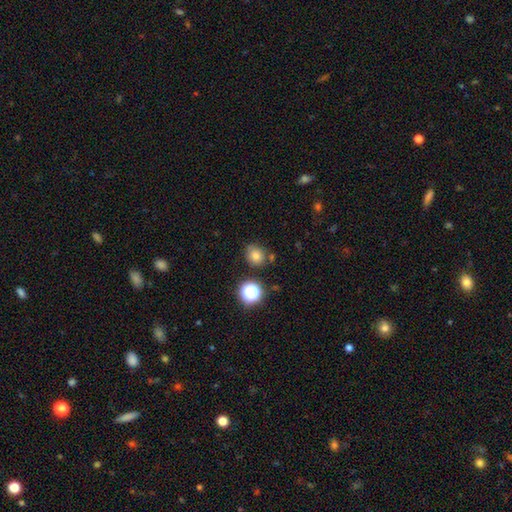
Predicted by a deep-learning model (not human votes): Smooth or featured? smooth (74%)
How rounded? round (73%)
Merging? none (76%)